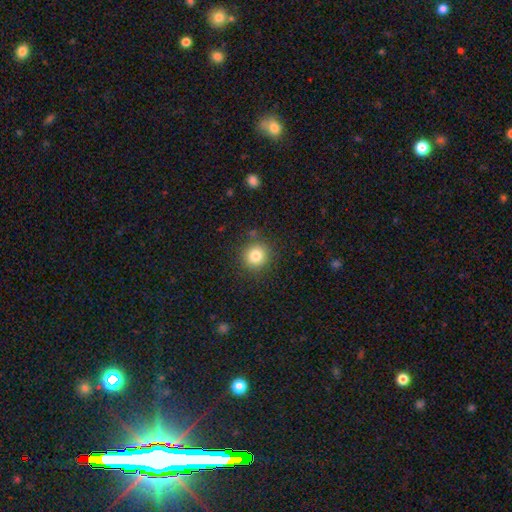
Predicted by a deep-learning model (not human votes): smooth 82%, star or artifact 11%, featured or disk 7%. Down the decision tree: how rounded — round (91%); merging — none (87%).